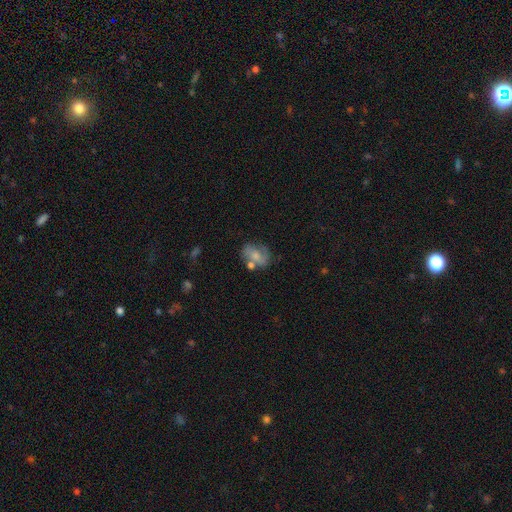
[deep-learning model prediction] A smooth galaxy with no disk features (55%) that is in between round and cigar-shaped (64%). Merging: none (52%).